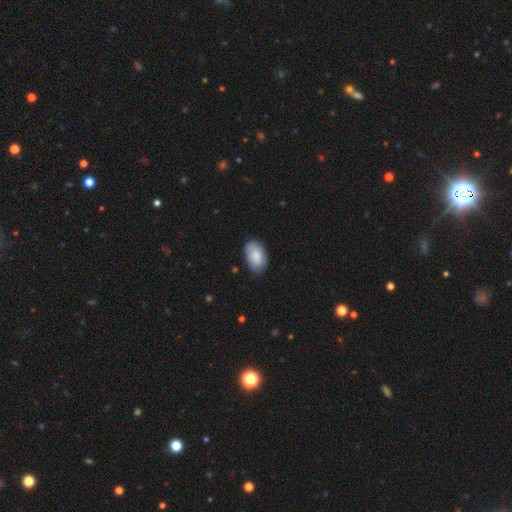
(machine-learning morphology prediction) smooth-or-featured: smooth: 83% | featured or disk: 11% | star or artifact: 6%
  how-rounded: in between: 92% | round: 7% | cigar-shaped: 1%
  merging: none: 74% | minor disturbance: 21% | major disturbance: 3% | merger: 1%